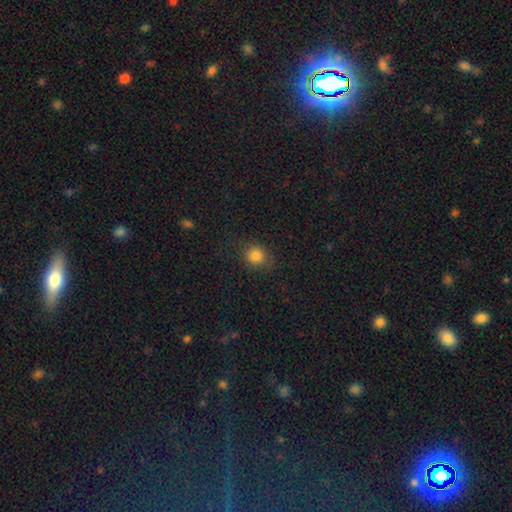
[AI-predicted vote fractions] Morphology: type=smooth (82%); roundness=round (79%); merging=none (81%).